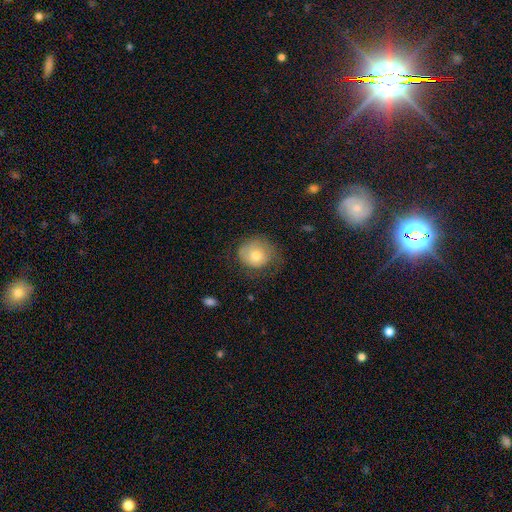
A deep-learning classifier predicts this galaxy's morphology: This appears to be a smooth galaxy with no disk features (72%) that is round (77%). Merging: none (55%).